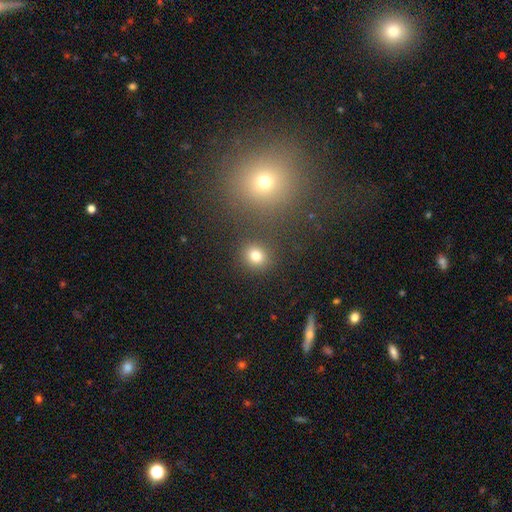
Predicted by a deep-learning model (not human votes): Smooth or featured: smooth — 78% (star or artifact — 16%)
How rounded: round — 84% (in between — 15%)
Merging: none — 86% (minor disturbance — 7%)